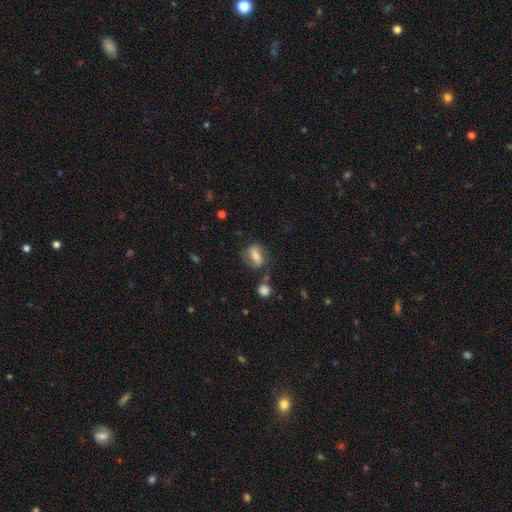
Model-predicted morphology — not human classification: type=featured or disk (48%); merging=none (56%).